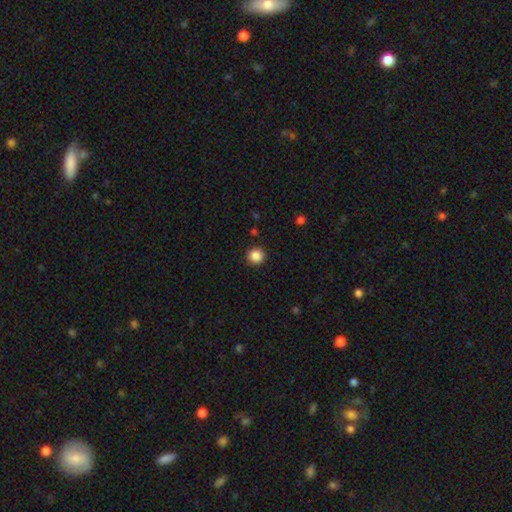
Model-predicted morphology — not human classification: Overall: smooth (87%). How rounded: round (94%). Merging: none (92%).